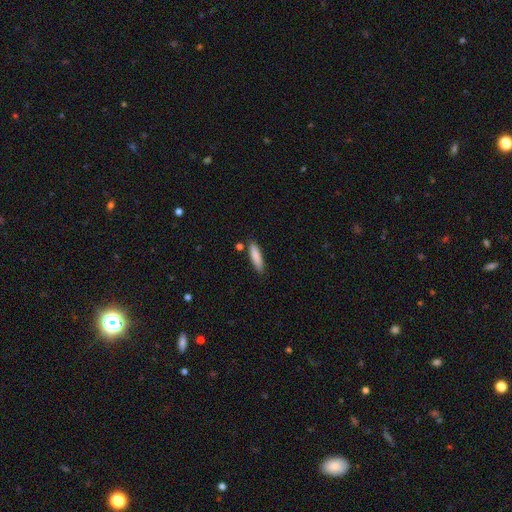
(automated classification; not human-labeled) A smooth galaxy with no disk features (85%) that is cigar-shaped (72%).

Vote fractions:
- Smooth or featured? smooth: 85% / featured or disk: 9% / star or artifact: 6%
- How rounded? cigar-shaped: 72% / in between: 26% / round: 2%
- Merging? none: 82% / minor disturbance: 11% / merger: 4% / major disturbance: 2%